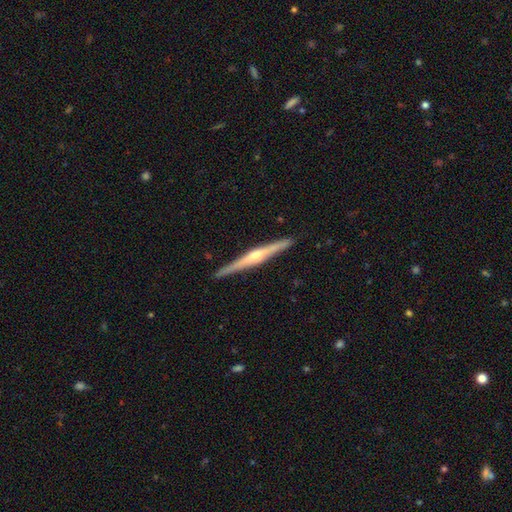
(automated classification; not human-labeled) Smooth or featured? Predicted: featured or disk (p=0.79). Edge-on disk? Predicted: yes (p=0.98). Edge-on bulge? Predicted: rounded (p=0.83). Merging? Predicted: none (p=0.91).